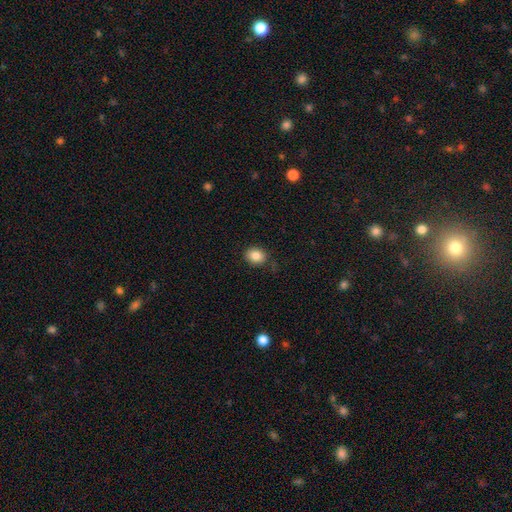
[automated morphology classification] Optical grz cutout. It shows a smooth galaxy with no disk features (85%) that is round (50%). Merging: none (80%).